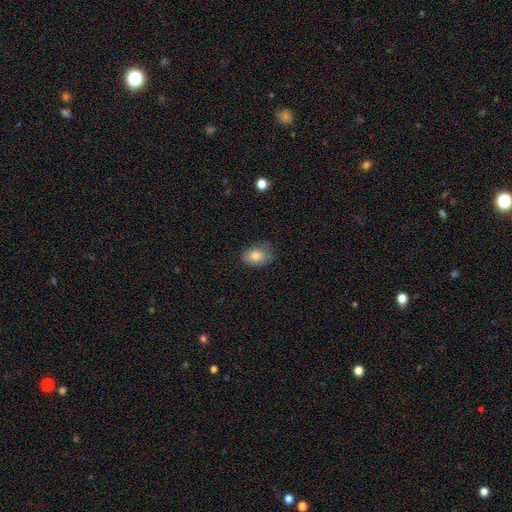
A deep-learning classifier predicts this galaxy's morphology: Smooth or featured?
  - smooth: 82% *
  - featured or disk: 9%
  - star or artifact: 8%
How rounded?
  - in between: 84% *
  - round: 15%
  - cigar-shaped: 1%
Merging?
  - none: 75% *
  - minor disturbance: 20%
  - major disturbance: 4%
  - merger: 1%